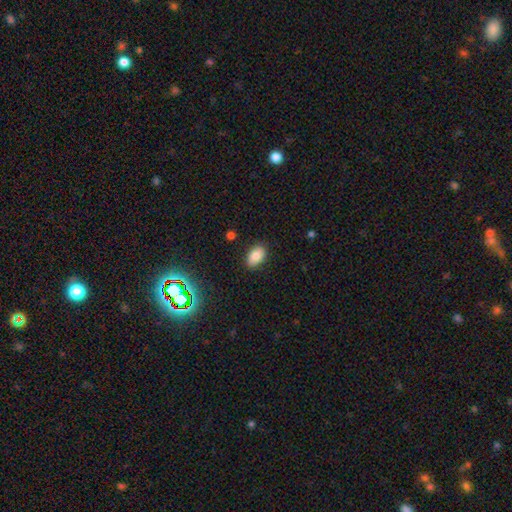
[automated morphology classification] Smooth or featured? Predicted: smooth (p=0.80). How rounded? Predicted: in between (p=0.89). Merging? Predicted: none (p=0.85).